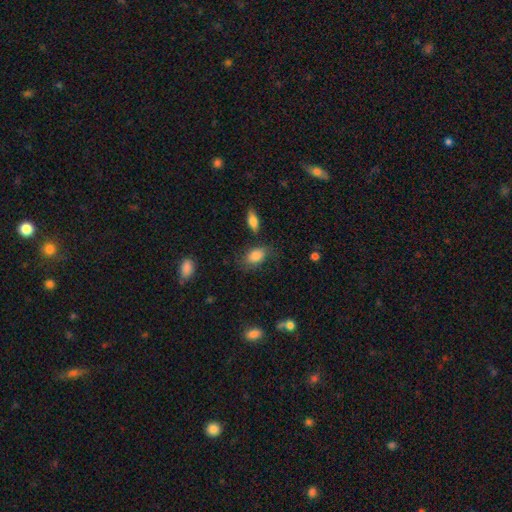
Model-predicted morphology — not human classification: Smooth or featured? Predicted: smooth (p=0.82). How rounded? Predicted: in between (p=0.85). Merging? Predicted: none (p=0.63).